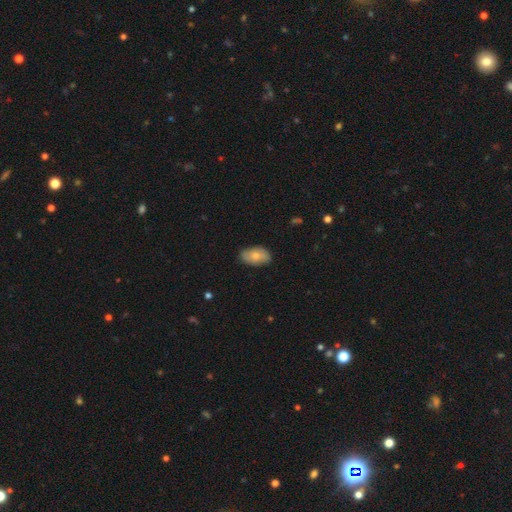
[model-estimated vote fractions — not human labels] This is likely a smooth galaxy (71%). How rounded: clearly in between (92%). Merging: clearly none (81%).